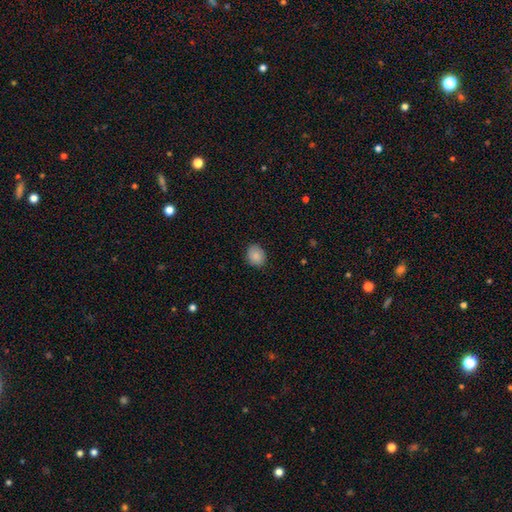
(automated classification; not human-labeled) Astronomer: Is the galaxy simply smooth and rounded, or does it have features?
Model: smooth — 87%.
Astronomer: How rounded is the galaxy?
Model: round — 62%.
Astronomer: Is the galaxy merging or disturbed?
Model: none — 87%.